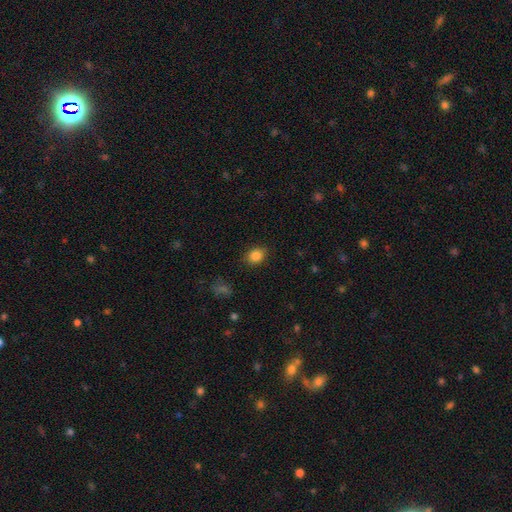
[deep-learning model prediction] Overall: smooth (85%). How rounded: round (51%; in between 48%). Merging: none (86%).